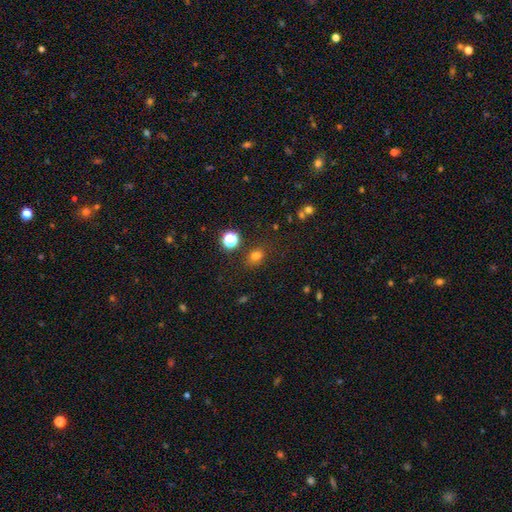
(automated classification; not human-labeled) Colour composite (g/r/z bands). It shows a smooth galaxy with no disk features (71%) that is round (52%). Merging: none (72%).